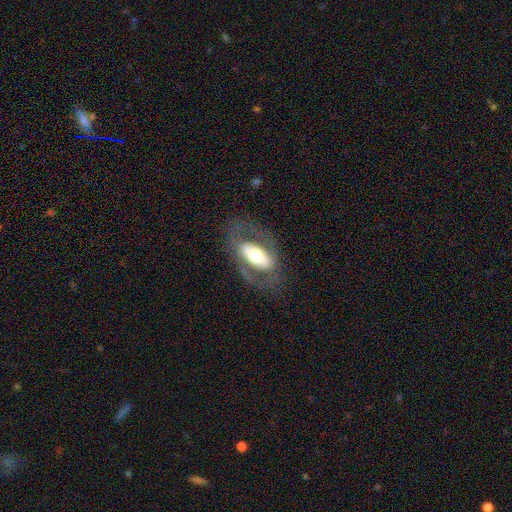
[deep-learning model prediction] This appears to be a featured or disk galaxy (67%) with no bar (46%), no spiral arms (54%) and a moderate central bulge (59%). Merging: none (72%).